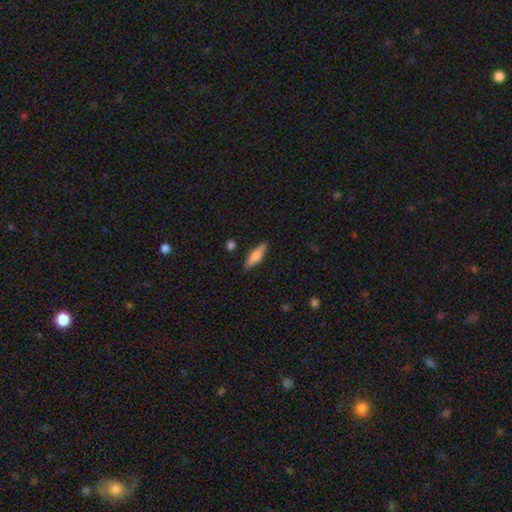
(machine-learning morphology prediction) type=smooth (60%); roundness=cigar-shaped (61%); merging=none (86%).